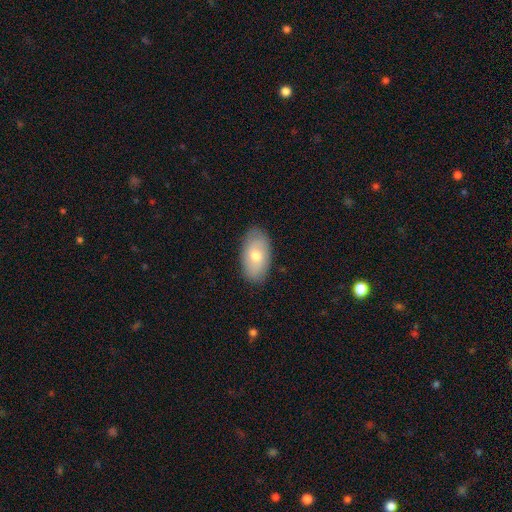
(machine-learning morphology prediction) Q: Smooth or featured?
A: smooth (67%); runner-up: featured or disk (27%)
Q: How rounded?
A: in between (94%); runner-up: round (4%)
Q: Merging?
A: none (84%); runner-up: minor disturbance (12%)